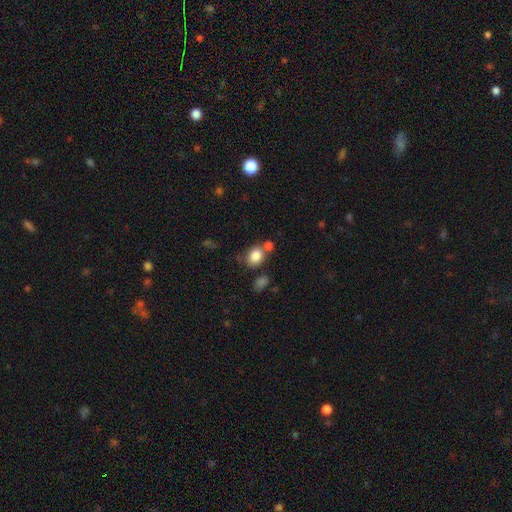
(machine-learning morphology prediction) A smooth galaxy with no disk features (84%) that is round (54%).

Vote fractions:
- Smooth or featured? smooth: 84% / star or artifact: 9% / featured or disk: 7%
- How rounded? round: 54% / in between: 45% / cigar-shaped: 1%
- Merging? none: 57% / merger: 24% / minor disturbance: 14% / major disturbance: 5%